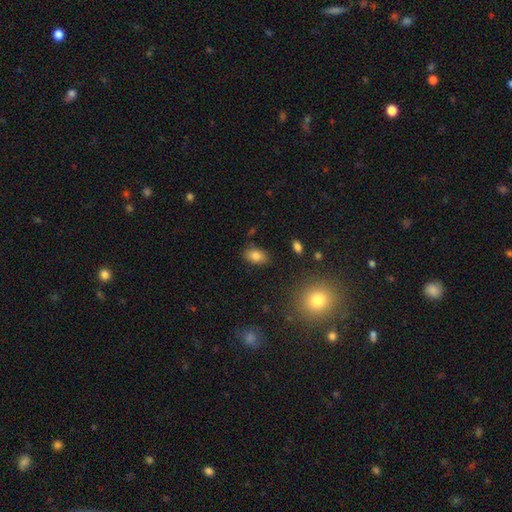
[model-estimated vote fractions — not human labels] smooth-or-featured: smooth: 82% | star or artifact: 10% | featured or disk: 8%
  how-rounded: in between: 85% | round: 13% | cigar-shaped: 2%
  merging: none: 80% | minor disturbance: 14% | major disturbance: 3% | merger: 3%